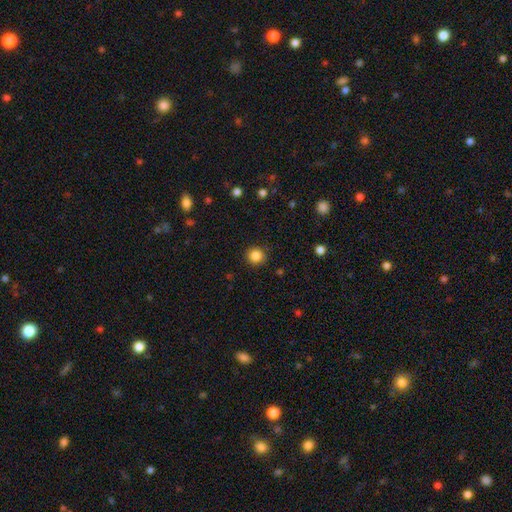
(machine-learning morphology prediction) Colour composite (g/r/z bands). It shows a smooth galaxy with no disk features (85%) that is round (93%). Merging: none (89%).